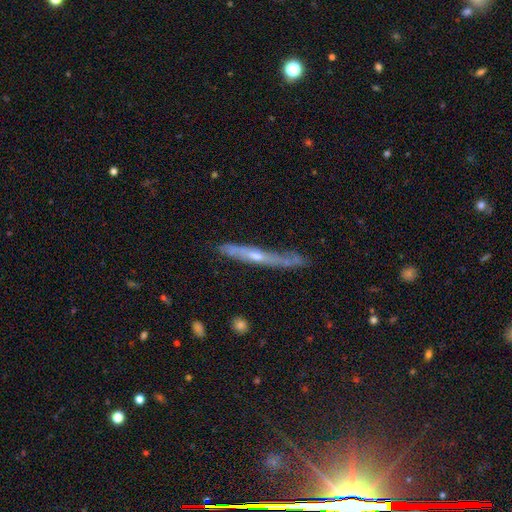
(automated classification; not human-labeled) Q: Smooth or featured?
A: featured or disk (70%); runner-up: smooth (21%)
Q: Edge-on disk?
A: yes (90%); runner-up: no (10%)
Q: Edge-on bulge?
A: rounded (70%); runner-up: none (26%)
Q: Merging?
A: none (72%); runner-up: minor disturbance (21%)